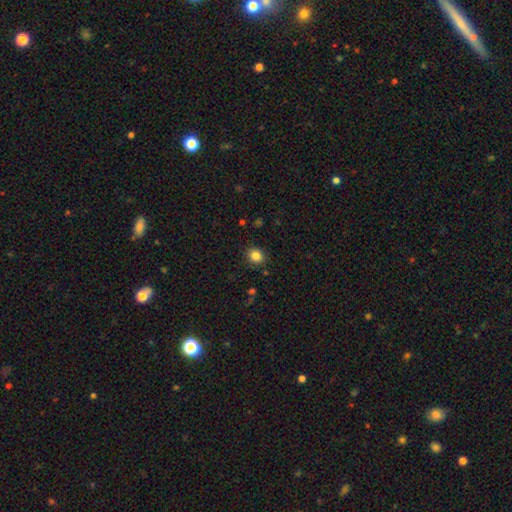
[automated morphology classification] The model was most divided on "how rounded": round: 76%, in between: 24%, cigar-shaped: 1%. More confident: merging — none (88%); smooth or featured — smooth (84%).